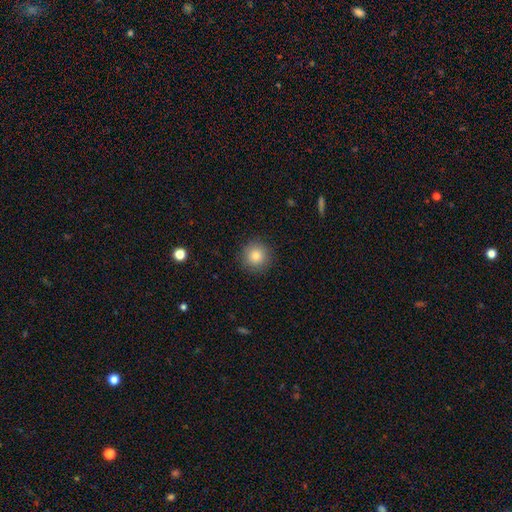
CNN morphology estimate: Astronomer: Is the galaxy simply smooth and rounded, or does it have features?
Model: smooth — 83%.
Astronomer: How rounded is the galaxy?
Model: round — 95%.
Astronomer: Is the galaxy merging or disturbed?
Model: none — 91%.